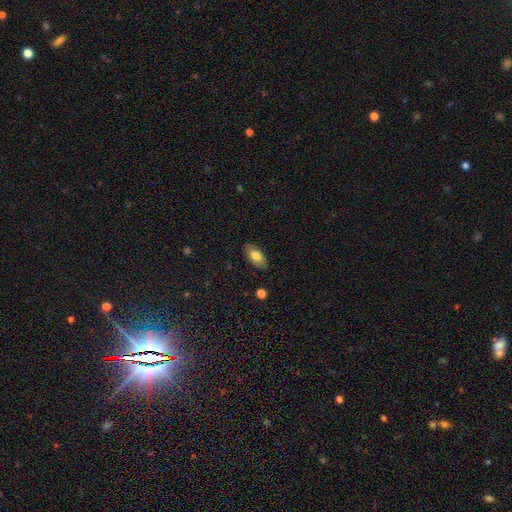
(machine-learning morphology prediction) A smooth galaxy with no disk features (76%) that is in between round and cigar-shaped (92%).

Vote fractions:
- Smooth or featured? smooth: 76% / featured or disk: 17% / star or artifact: 7%
- How rounded? in between: 92% / cigar-shaped: 4% / round: 4%
- Merging? none: 85% / minor disturbance: 11% / major disturbance: 2% / merger: 1%